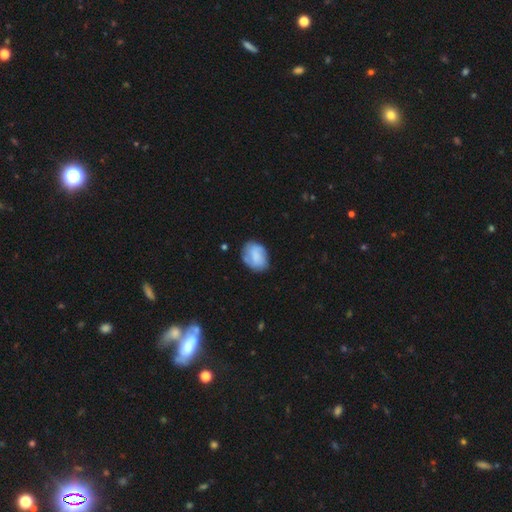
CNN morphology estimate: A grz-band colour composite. It shows a smooth galaxy with no disk features (63%) that is in between round and cigar-shaped (69%). Merging: none (67%).